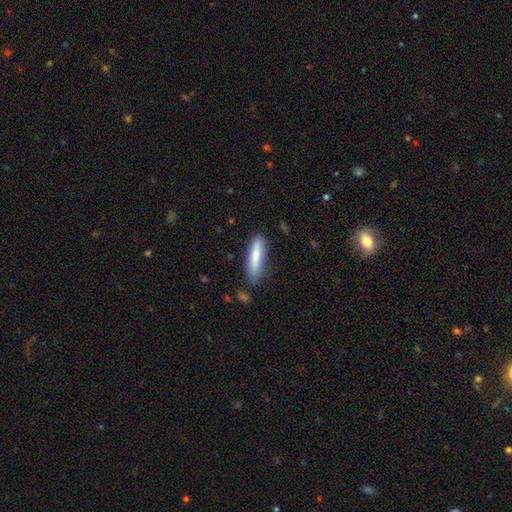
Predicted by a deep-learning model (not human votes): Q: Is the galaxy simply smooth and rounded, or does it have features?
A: smooth — 78%.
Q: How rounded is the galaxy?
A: cigar-shaped — 71%.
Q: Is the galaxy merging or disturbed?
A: none — 77%.